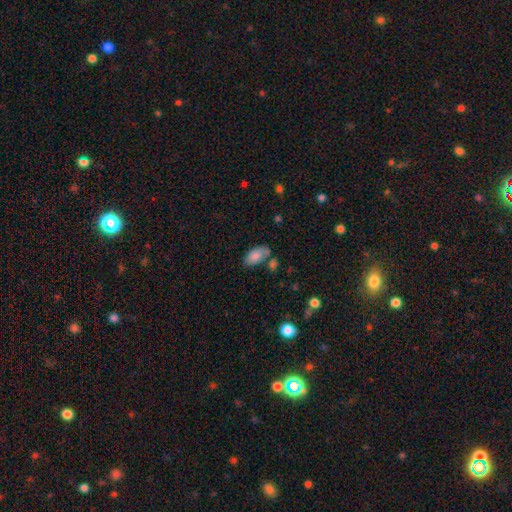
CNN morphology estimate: Overall: smooth (83%). How rounded: in between (93%). Merging: none (59%; minor disturbance 20%).